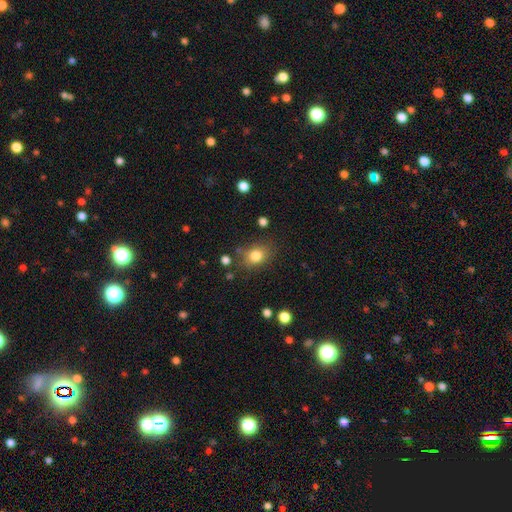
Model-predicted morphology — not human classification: Overall: smooth (80%). How rounded: in between (53%; round 46%). Merging: none (77%).